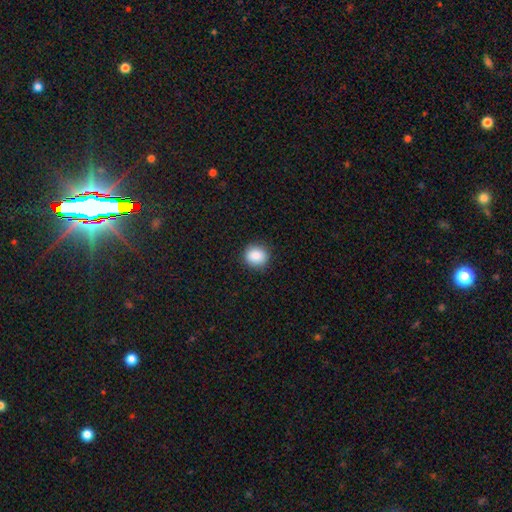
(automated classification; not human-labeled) Smooth or featured? smooth (88%)
How rounded? round (83%)
Merging? none (89%)